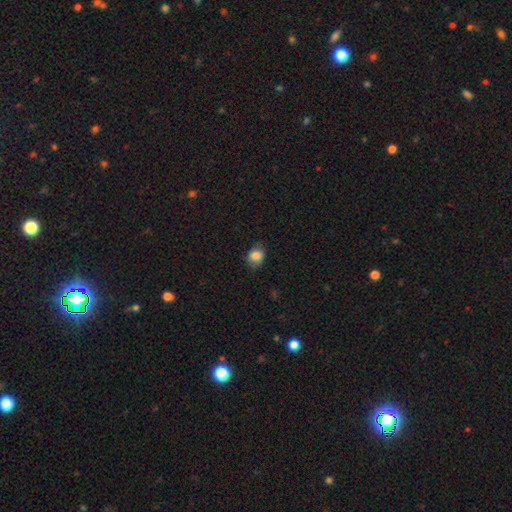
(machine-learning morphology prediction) type=smooth (84%); roundness=in between (61%); merging=none (77%).